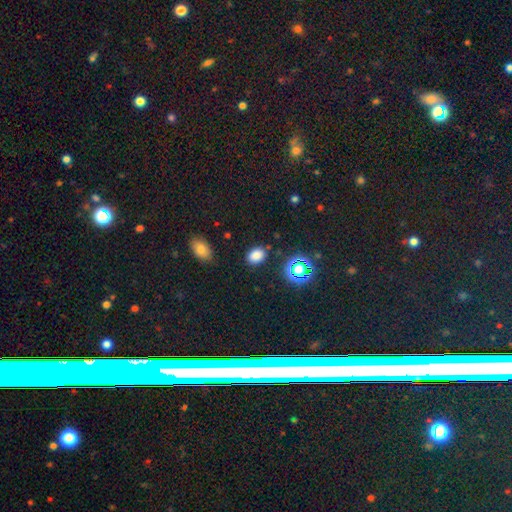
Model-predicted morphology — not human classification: A smooth galaxy with no disk features (80%) that is in between round and cigar-shaped (76%).

Vote fractions:
- Smooth or featured? smooth: 80% / star or artifact: 15% / featured or disk: 5%
- How rounded? in between: 76% / round: 23% / cigar-shaped: 1%
- Merging? none: 85% / minor disturbance: 10% / major disturbance: 3% / merger: 2%